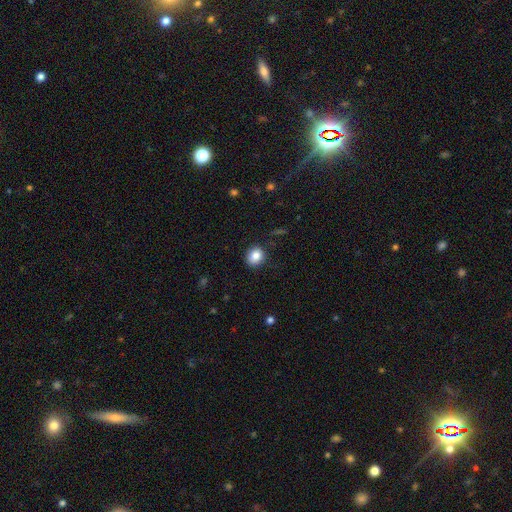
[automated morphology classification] The model was most divided on "how rounded": round: 67%, in between: 32%, cigar-shaped: 1%. More confident: merging — none (85%); smooth or featured — smooth (84%).